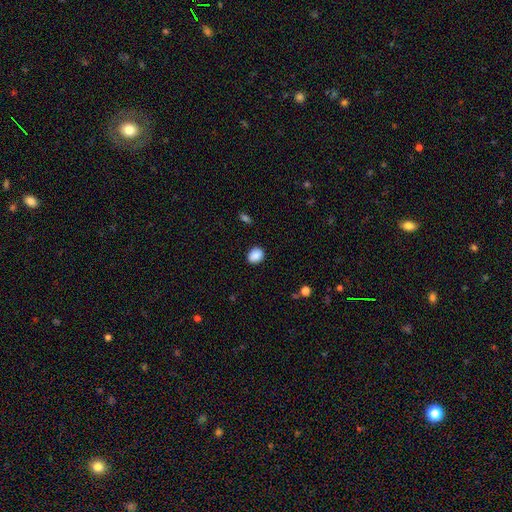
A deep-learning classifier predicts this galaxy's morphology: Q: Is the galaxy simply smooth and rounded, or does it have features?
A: smooth — 88%.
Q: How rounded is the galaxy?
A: round — 58%.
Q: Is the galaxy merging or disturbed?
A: none — 88%.